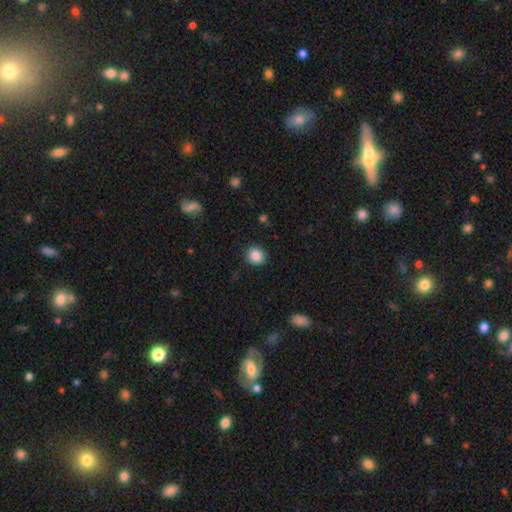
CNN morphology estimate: type=smooth (87%); roundness=round (83%); merging=none (89%).